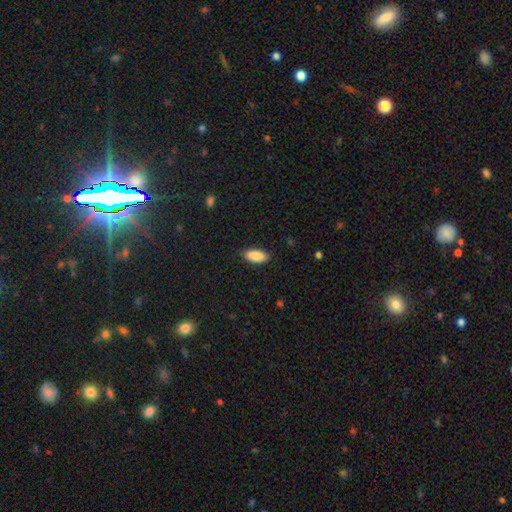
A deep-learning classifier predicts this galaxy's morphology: A smooth galaxy with no disk features (89%) that is in between round and cigar-shaped (87%). Merging: none (89%).